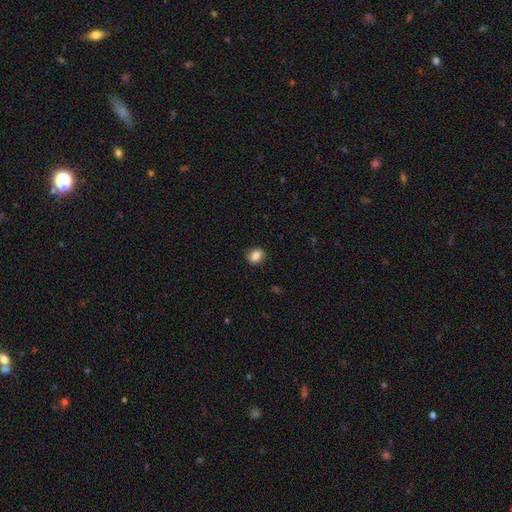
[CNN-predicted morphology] type=smooth (83%); roundness=in between (54%); merging=none (76%).